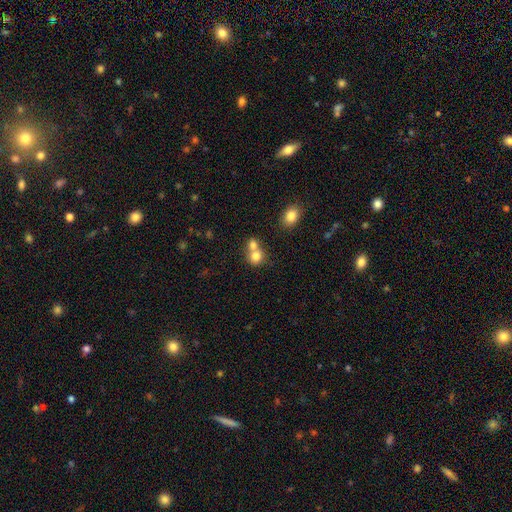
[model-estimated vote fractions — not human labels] Smooth or featured?
  - smooth: 78% *
  - featured or disk: 12%
  - star or artifact: 11%
How rounded?
  - round: 80% *
  - in between: 19%
  - cigar-shaped: 1%
Merging?
  - merger: 54% *
  - none: 37%
  - minor disturbance: 6%
  - major disturbance: 3%